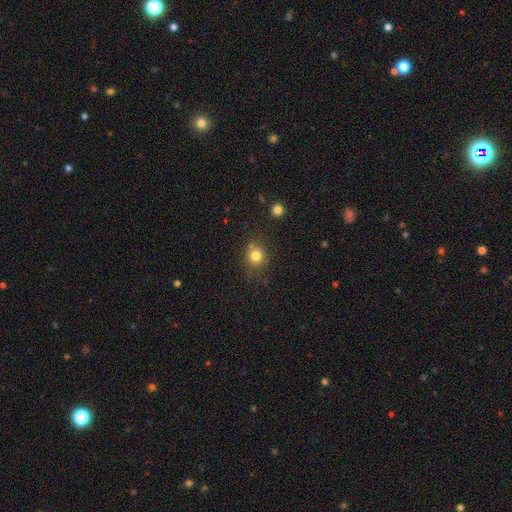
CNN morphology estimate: A smooth galaxy with no disk features (80%) that is round (84%). Merging: none (75%).